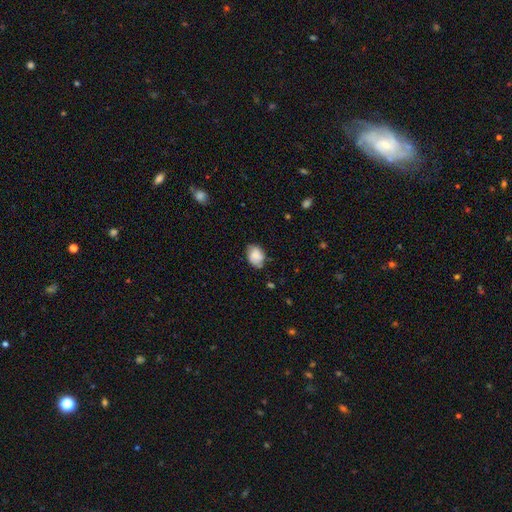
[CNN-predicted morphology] This appears to be a smooth galaxy with no disk features (79%) that is in between round and cigar-shaped (70%). Merging: none (67%).